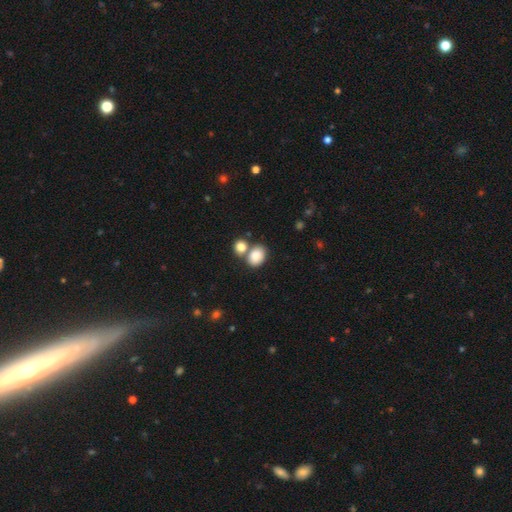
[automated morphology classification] The model was most divided on "merging": none: 47%, merger: 39%, minor disturbance: 10%, major disturbance: 4%. More confident: smooth or featured — smooth (85%); how rounded — in between (61%).